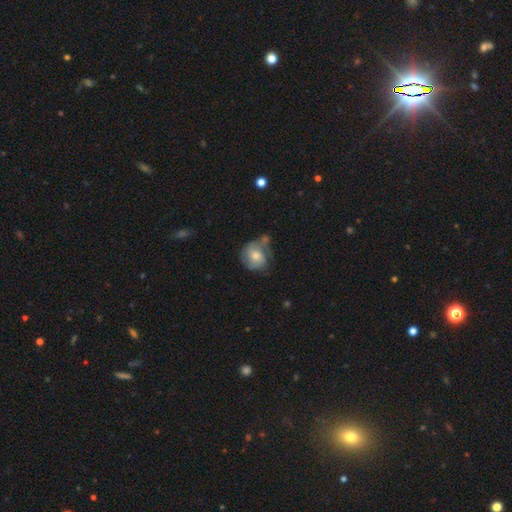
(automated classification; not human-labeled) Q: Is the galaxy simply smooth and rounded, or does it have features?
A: smooth — 55%.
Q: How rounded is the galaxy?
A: round — 77%.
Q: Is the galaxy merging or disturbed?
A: none — 47%.